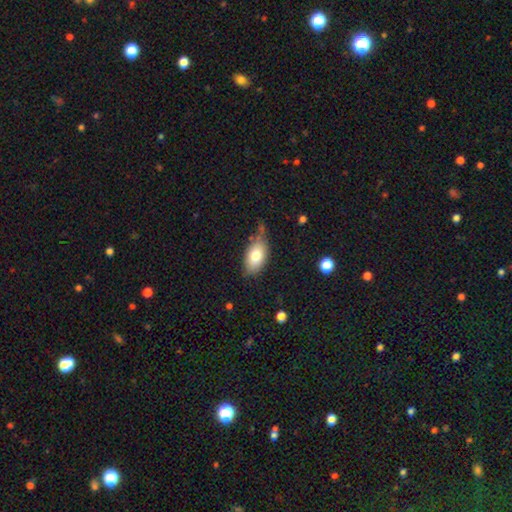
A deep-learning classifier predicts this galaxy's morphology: smooth_or_featured: smooth (p=0.76) [alt: featured or disk p=0.16]
how_rounded: in between (p=0.90) [alt: round p=0.07]
merging: none (p=0.61) [alt: minor disturbance p=0.26]